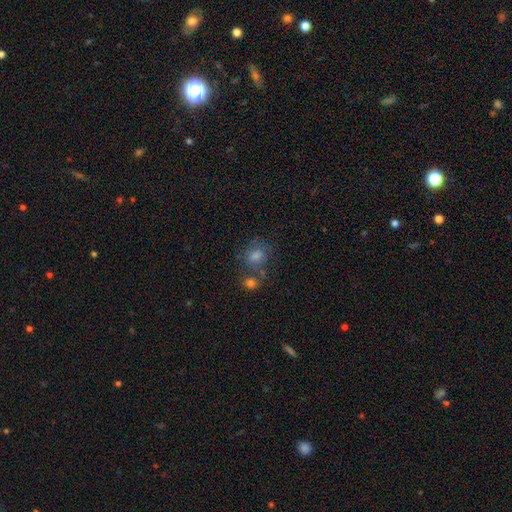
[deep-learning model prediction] smooth 57%, star or artifact 22%, featured or disk 21%. Down the decision tree: how rounded — round (69%); merging — none (57%).